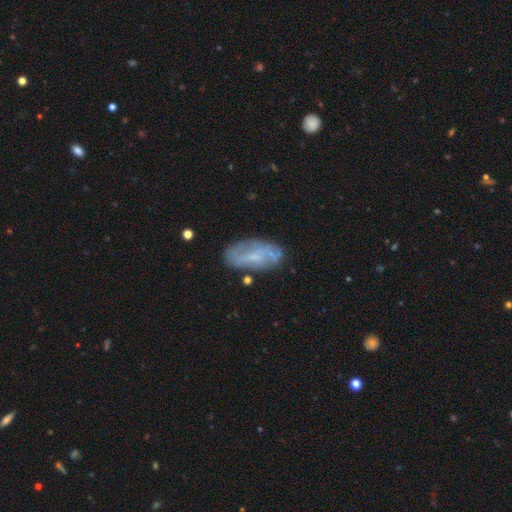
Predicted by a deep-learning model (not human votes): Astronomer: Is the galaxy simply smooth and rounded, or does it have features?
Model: featured or disk — 59%.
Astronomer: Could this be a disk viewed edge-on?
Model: no — 89%.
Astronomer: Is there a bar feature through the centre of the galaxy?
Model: no — 43% (runner-up: weak, 42%).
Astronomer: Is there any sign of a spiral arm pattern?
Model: yes — 63%.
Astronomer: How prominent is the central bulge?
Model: small — 52%.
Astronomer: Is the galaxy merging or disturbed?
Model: none — 67%.